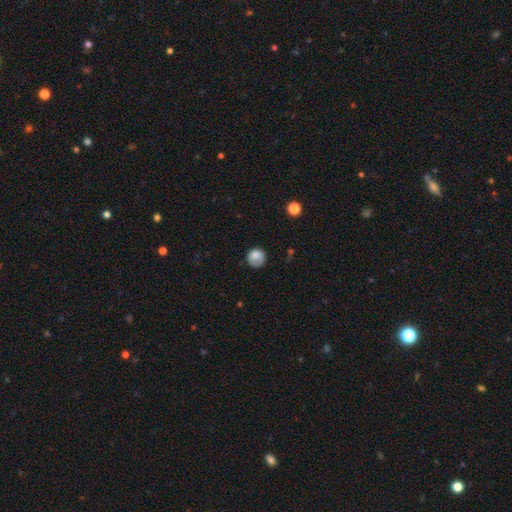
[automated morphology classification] A smooth galaxy with no disk features (79%) that is round (84%).

Vote fractions:
- Smooth or featured? smooth: 79% / featured or disk: 12% / star or artifact: 9%
- How rounded? round: 84% / in between: 16% / cigar-shaped: 1%
- Merging? none: 62% / minor disturbance: 25% / major disturbance: 11% / merger: 2%